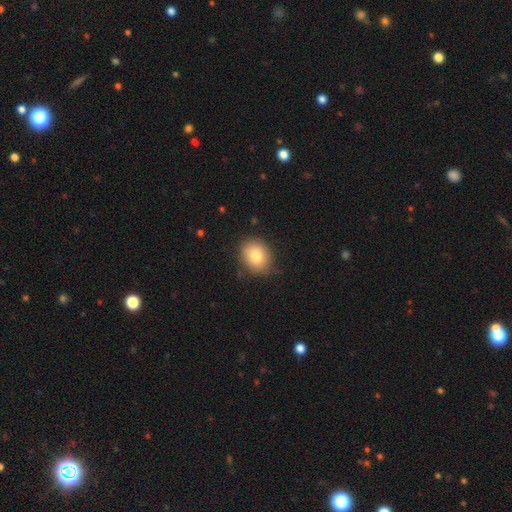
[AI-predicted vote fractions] This is clearly a smooth galaxy (81%). How rounded: possibly round (54%). Merging: likely none (80%).